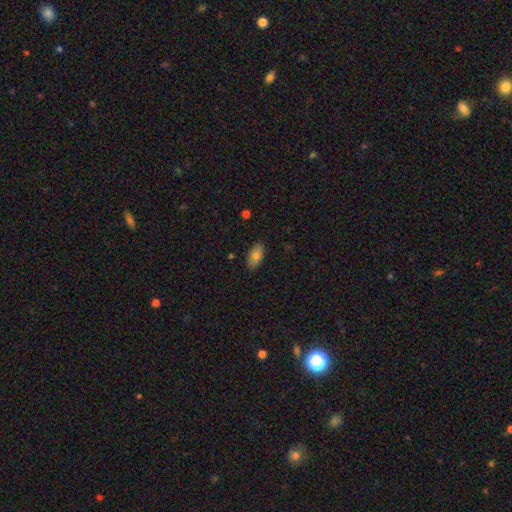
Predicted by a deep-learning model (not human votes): Overall: smooth (80%). How rounded: in between (92%). Merging: none (86%).